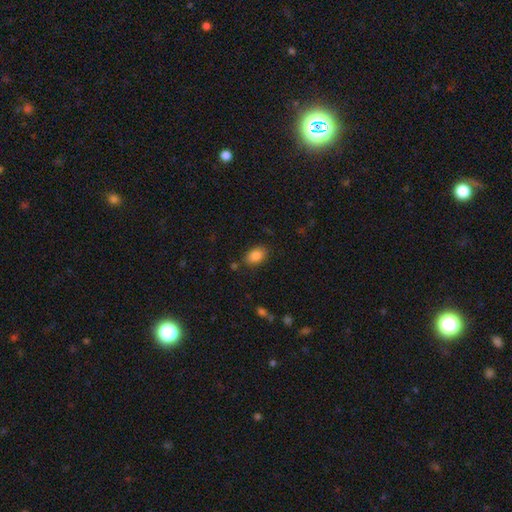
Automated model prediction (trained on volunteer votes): Morphology: type=smooth (86%); roundness=in between (86%); merging=none (81%).